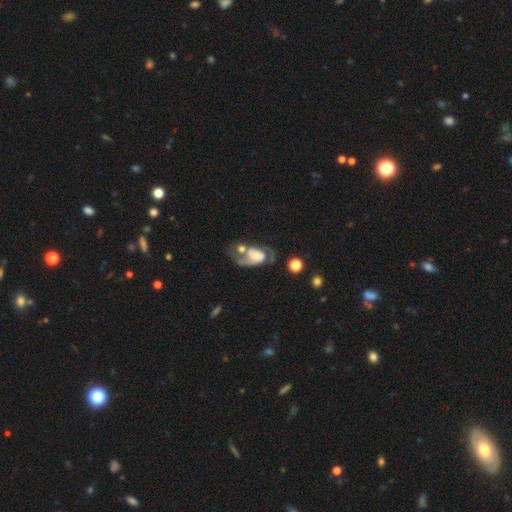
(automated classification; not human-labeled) This appears to be a featured or disk galaxy (70%) with no bar (64%), 2 (70%) medium (42%) spiral arms (80%) and a small central bulge (34%). Merging: merger (30%).